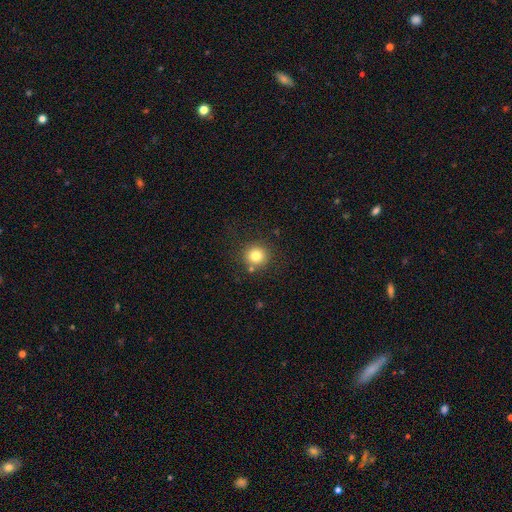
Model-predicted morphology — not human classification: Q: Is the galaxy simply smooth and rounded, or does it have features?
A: smooth — 80%.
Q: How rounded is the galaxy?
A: round — 92%.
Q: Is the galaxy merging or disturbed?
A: none — 82%.